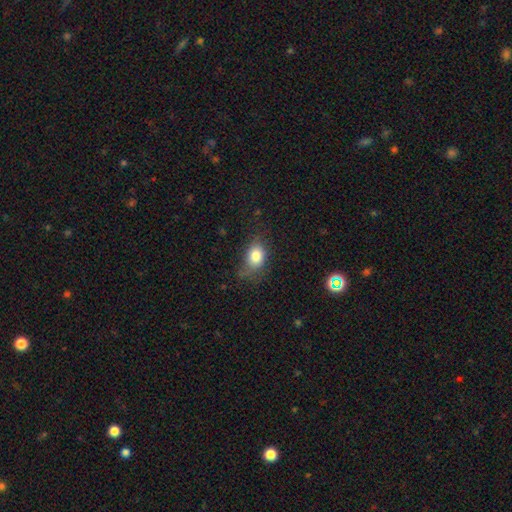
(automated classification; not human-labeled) smooth-or-featured: smooth: 80% | featured or disk: 10% | star or artifact: 10%
  how-rounded: in between: 67% | round: 32% | cigar-shaped: 2%
  merging: none: 56% | minor disturbance: 29% | major disturbance: 13% | merger: 2%